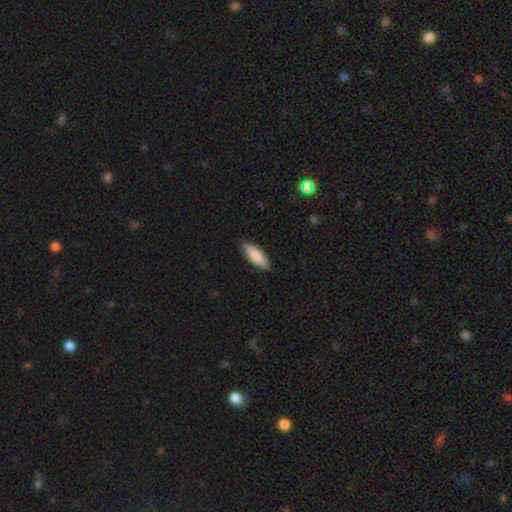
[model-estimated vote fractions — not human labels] A smooth galaxy with no disk features (84%) that is in between round and cigar-shaped (56%).

Vote fractions:
- Smooth or featured? smooth: 84% / featured or disk: 10% / star or artifact: 5%
- How rounded? in between: 56% / cigar-shaped: 42% / round: 2%
- Merging? none: 89% / minor disturbance: 8% / major disturbance: 2% / merger: 1%